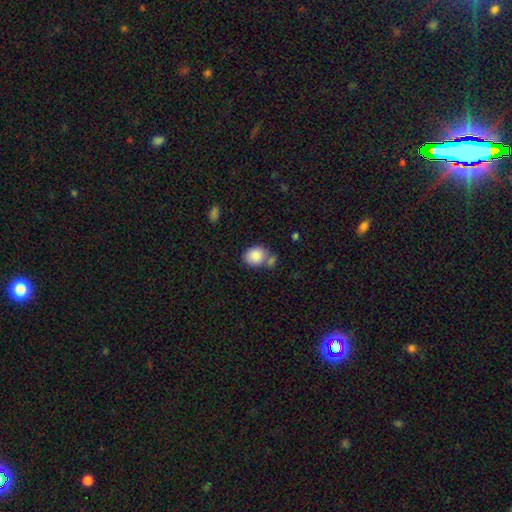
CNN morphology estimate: type=smooth (87%); roundness=round (54%); merging=none (53%).